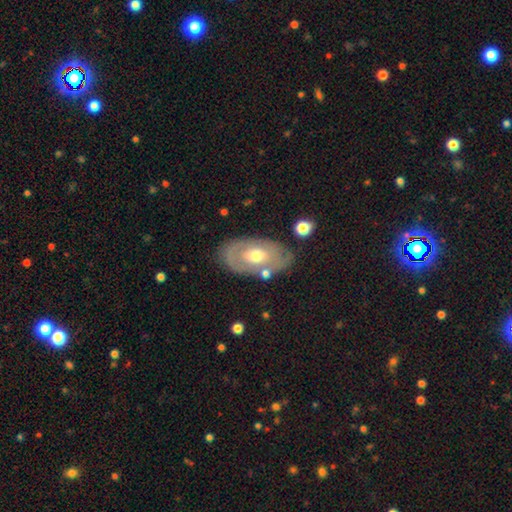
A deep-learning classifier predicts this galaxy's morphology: Smooth or featured? Predicted: featured or disk (p=0.57). Edge-on disk? Predicted: no (p=0.90). Bar? Predicted: no (p=0.77). Spiral arms? Predicted: no (p=0.62). Bulge size? Predicted: moderate (p=0.69). Merging? Predicted: none (p=0.73).